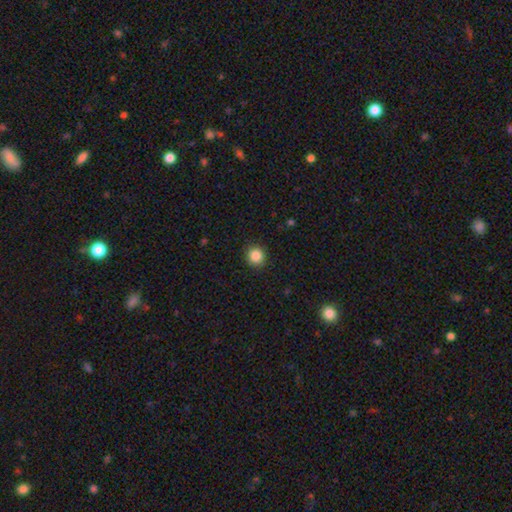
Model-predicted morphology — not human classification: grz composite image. It shows a smooth galaxy with no disk features (86%) that is round (91%). Merging: none (91%).